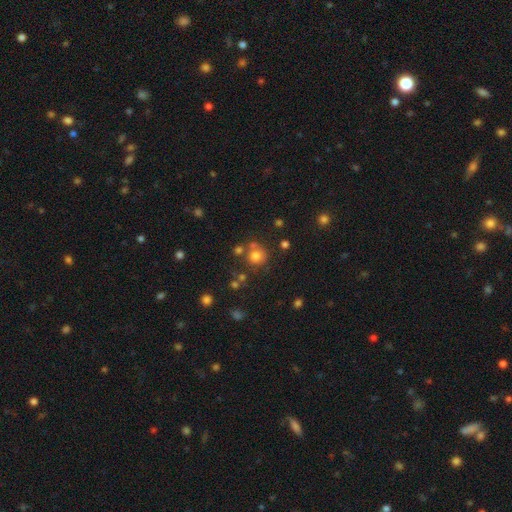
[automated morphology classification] Overall: smooth (74%). How rounded: round (89%). Merging: none (66%).